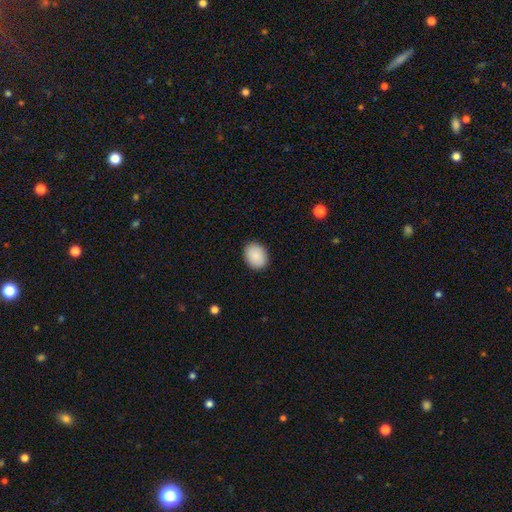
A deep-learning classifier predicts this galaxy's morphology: smooth 90%, star or artifact 7%, featured or disk 3%. Down the decision tree: how rounded — in between (60%); merging — none (89%).